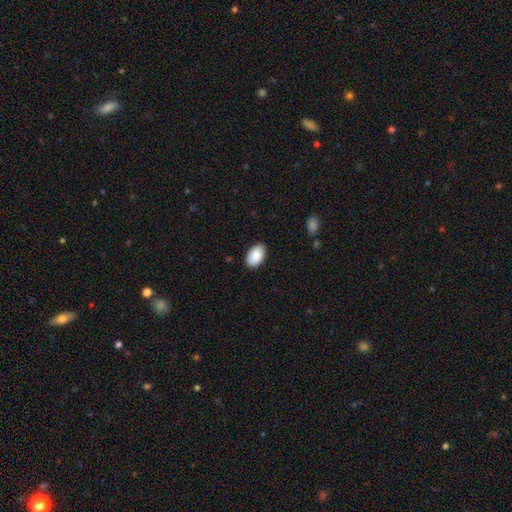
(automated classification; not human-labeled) This appears to be a smooth galaxy with no disk features (90%) that is in between round and cigar-shaped (94%). Merging: none (87%).